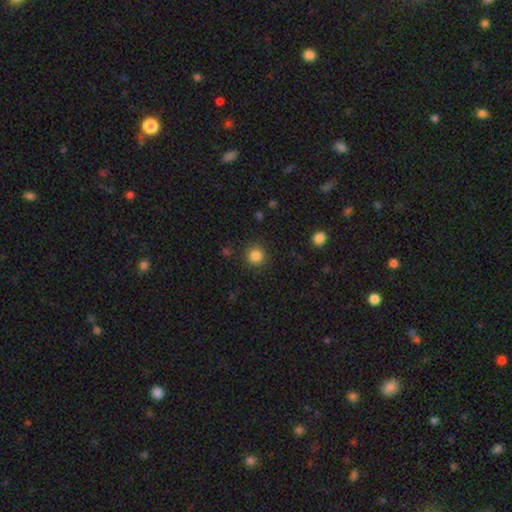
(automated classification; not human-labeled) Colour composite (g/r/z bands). It shows a smooth galaxy with no disk features (85%) that is round (93%). Merging: none (89%).